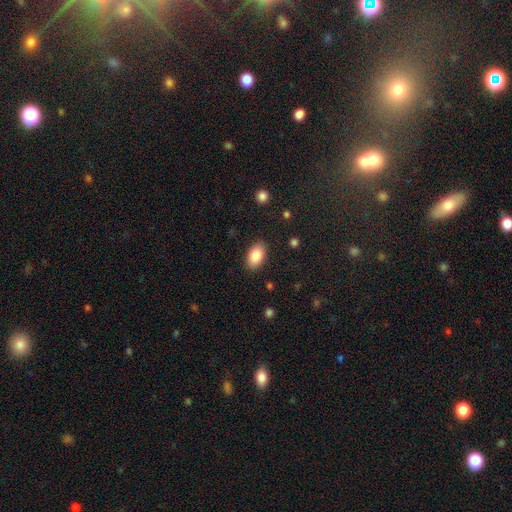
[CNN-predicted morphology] smooth-or-featured: smooth: 86% | featured or disk: 7% | star or artifact: 7%
  how-rounded: in between: 92% | round: 6% | cigar-shaped: 1%
  merging: none: 87% | minor disturbance: 9% | major disturbance: 3% | merger: 1%